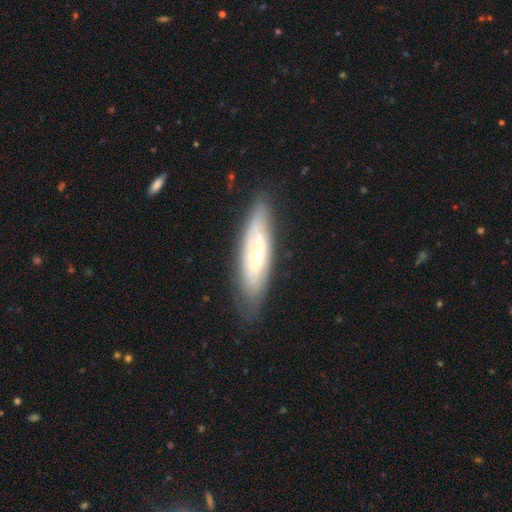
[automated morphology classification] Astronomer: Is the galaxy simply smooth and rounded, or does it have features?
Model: featured or disk — 68%.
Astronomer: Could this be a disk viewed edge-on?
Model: no — 71%.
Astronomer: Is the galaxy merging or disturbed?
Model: none — 76%.